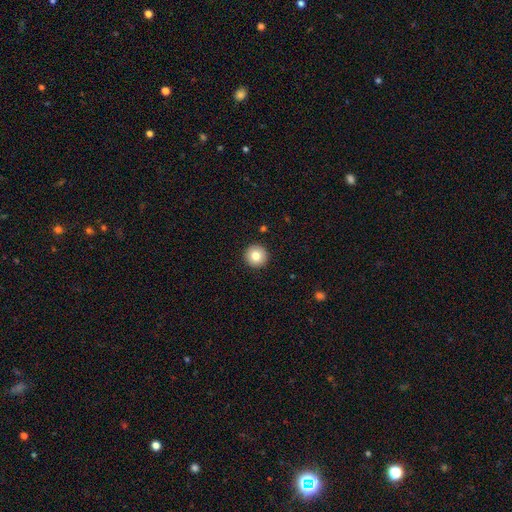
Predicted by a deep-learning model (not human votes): smooth-or-featured: smooth: 81% | featured or disk: 10% | star or artifact: 9%
  how-rounded: round: 97% | in between: 2% | cigar-shaped: 1%
  merging: none: 93% | minor disturbance: 4% | major disturbance: 1% | merger: 1%